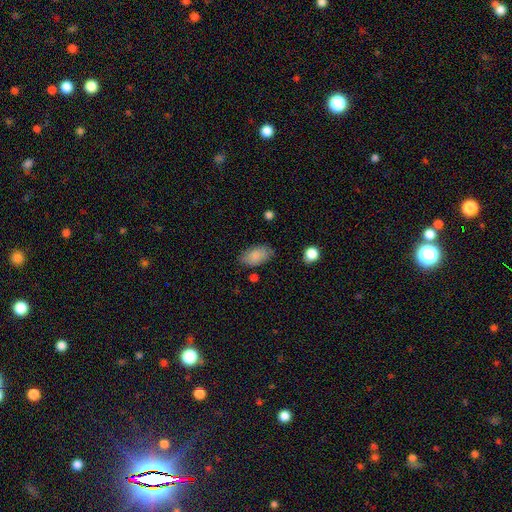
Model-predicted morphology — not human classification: Smooth or featured? smooth (85%)
How rounded? in between (94%)
Merging? none (77%)